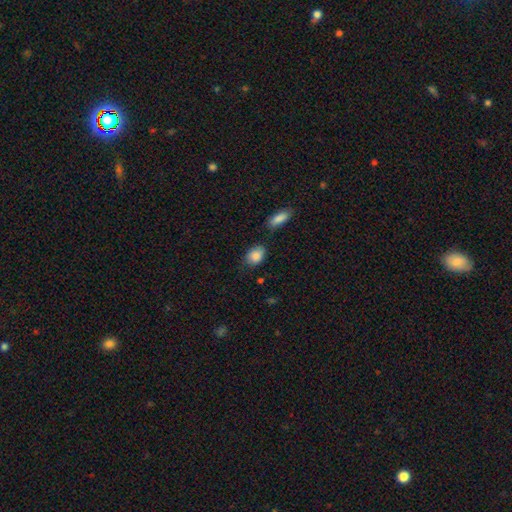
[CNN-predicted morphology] Smooth or featured? smooth (87%)
How rounded? in between (77%)
Merging? none (70%)